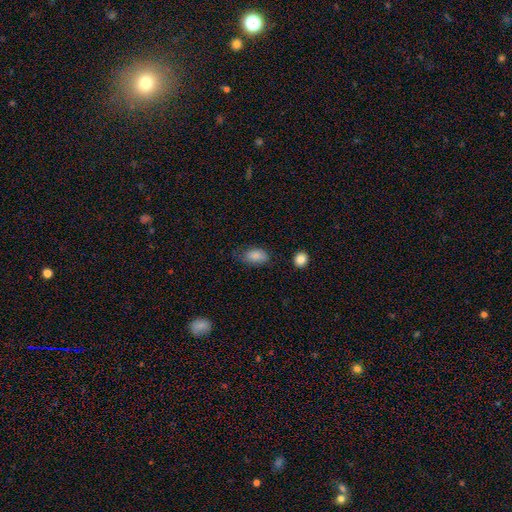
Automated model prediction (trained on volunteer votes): Smooth or featured: smooth — 86% (star or artifact — 8%)
How rounded: in between — 90% (round — 8%)
Merging: none — 62% (minor disturbance — 28%)